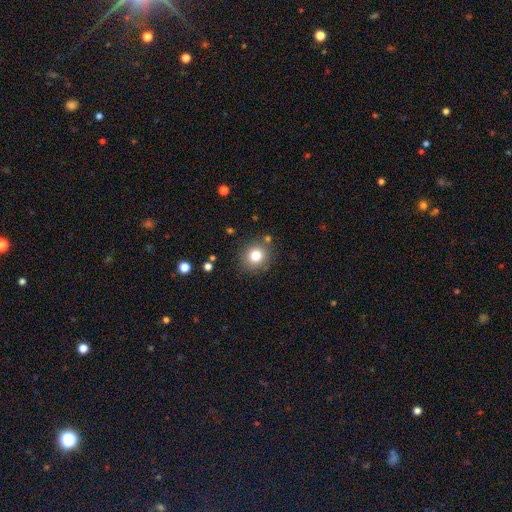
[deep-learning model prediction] smooth 80%, star or artifact 12%, featured or disk 8%. Down the decision tree: how rounded — round (83%); merging — none (84%).